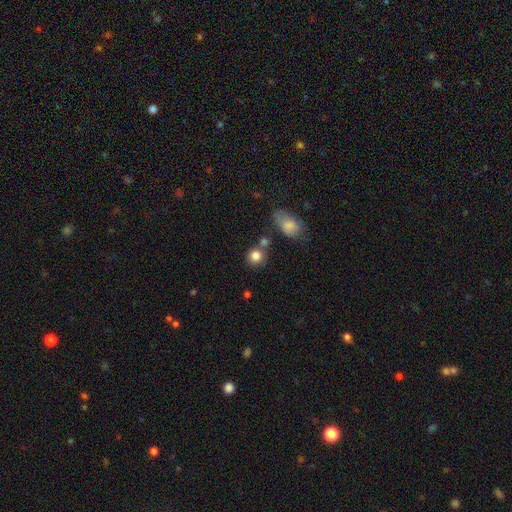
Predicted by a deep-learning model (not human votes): Smooth or featured? Predicted: smooth (p=0.84). How rounded? Predicted: round (p=0.84). Merging? Predicted: none (p=0.66).